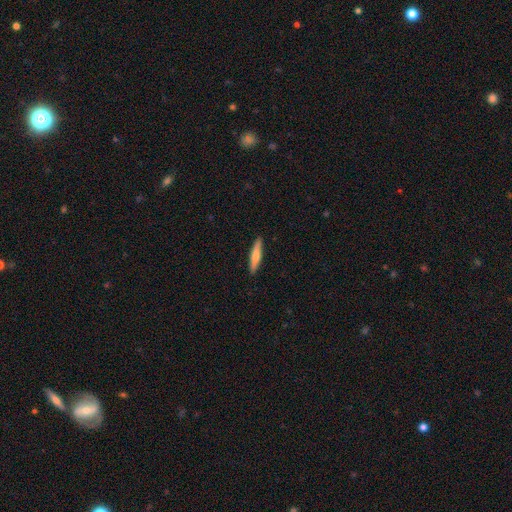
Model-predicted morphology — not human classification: type=smooth (68%); roundness=cigar-shaped (86%); merging=none (90%).